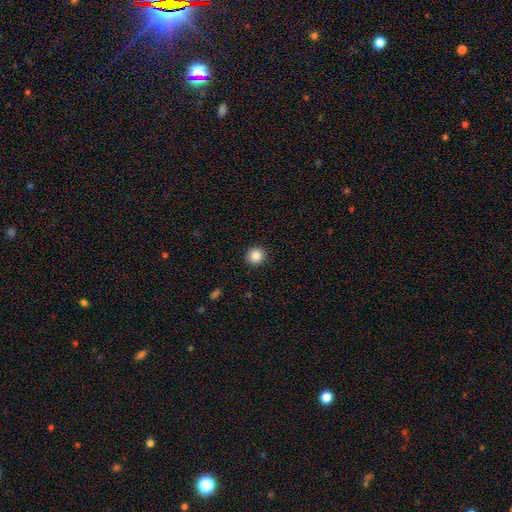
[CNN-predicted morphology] A smooth galaxy with no disk features (87%) that is round (92%).

Vote fractions:
- Smooth or featured? smooth: 87% / star or artifact: 9% / featured or disk: 4%
- How rounded? round: 92% / in between: 7% / cigar-shaped: 1%
- Merging? none: 92% / minor disturbance: 5% / major disturbance: 2% / merger: 1%